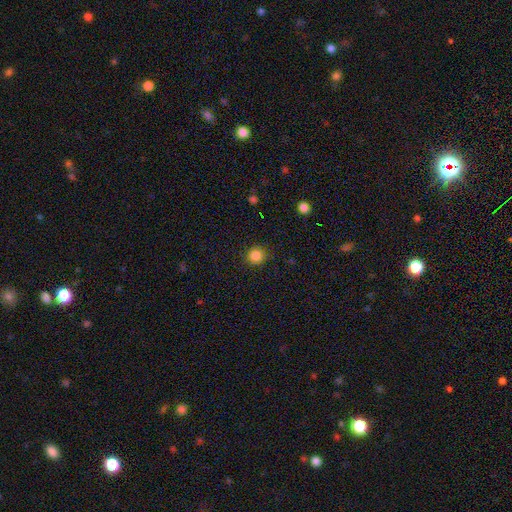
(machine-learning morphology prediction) smooth 85%, star or artifact 12%, featured or disk 3%. Down the decision tree: how rounded — round (91%); merging — none (89%).